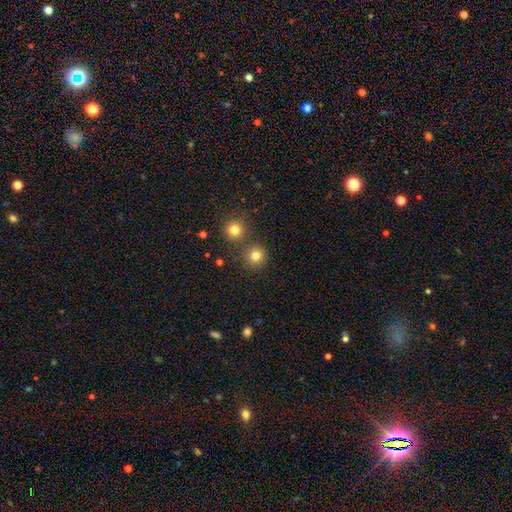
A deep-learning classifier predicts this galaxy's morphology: smooth_or_featured: smooth (p=0.80) [alt: star or artifact p=0.14]
how_rounded: round (p=0.94) [alt: in between p=0.05]
merging: none (p=0.80) [alt: merger p=0.11]